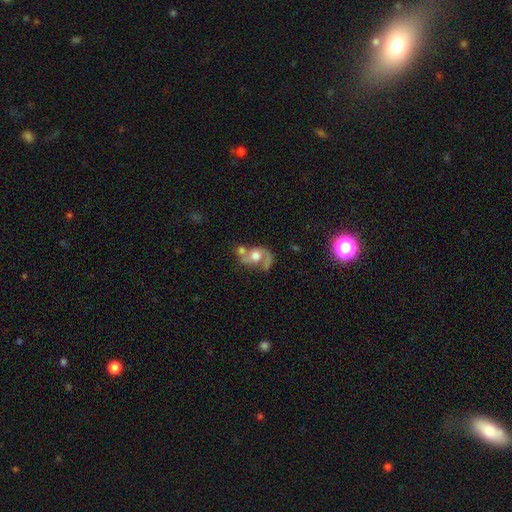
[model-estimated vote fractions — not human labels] Smooth or featured?
  - featured or disk: 62% *
  - smooth: 29%
  - star or artifact: 9%
Edge-on disk?
  - no: 96% *
  - yes: 4%
Bar?
  - no: 75% *
  - weak: 20%
  - strong: 5%
Spiral arms?
  - yes: 77% *
  - no: 23%
Bulge size?
  - moderate: 46% *
  - large: 40%
  - small: 7%
  - dominant: 4%
  - none: 3%
Merging?
  - merger: 45% *
  - none: 25%
  - major disturbance: 17%
  - minor disturbance: 13%